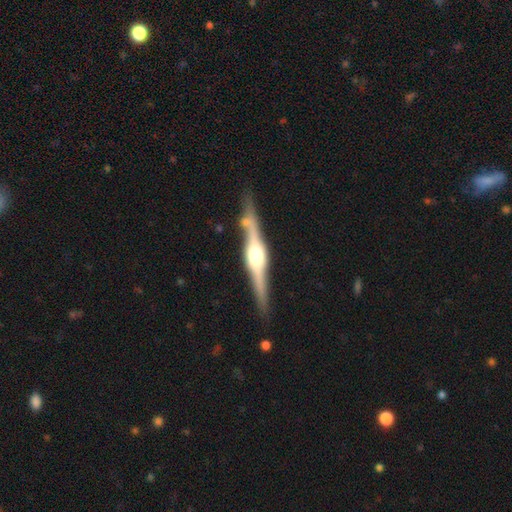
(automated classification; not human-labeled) Smooth or featured?
  - featured or disk: 83% *
  - smooth: 12%
  - star or artifact: 5%
Edge-on disk?
  - yes: 97% *
  - no: 3%
Edge-on bulge?
  - rounded: 88% *
  - boxy: 10%
  - none: 2%
Merging?
  - none: 77% *
  - minor disturbance: 13%
  - merger: 6%
  - major disturbance: 3%